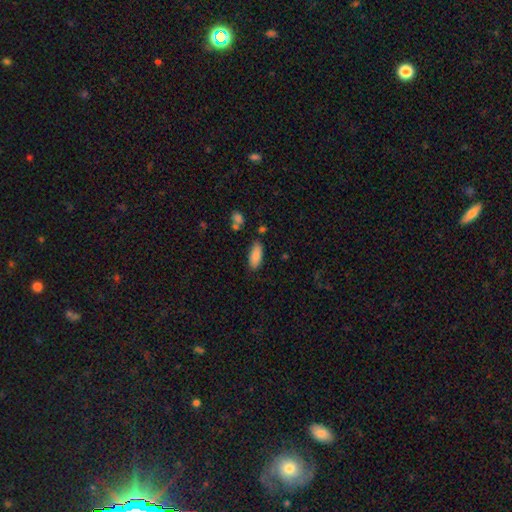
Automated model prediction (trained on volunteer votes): A smooth galaxy with no disk features (86%) that is in between round and cigar-shaped (83%).

Vote fractions:
- Smooth or featured? smooth: 86% / star or artifact: 7% / featured or disk: 7%
- How rounded? in between: 83% / cigar-shaped: 15% / round: 2%
- Merging? none: 80% / minor disturbance: 14% / merger: 3% / major disturbance: 3%